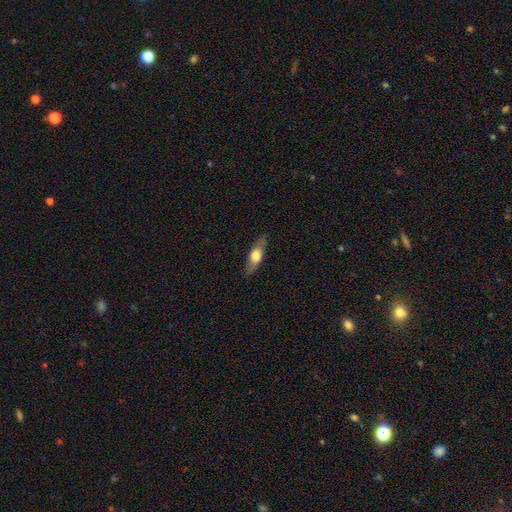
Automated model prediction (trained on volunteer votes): smooth-or-featured: smooth: 54% | featured or disk: 40% | star or artifact: 6%
  how-rounded: in between: 53% | cigar-shaped: 43% | round: 4%
  merging: none: 86% | minor disturbance: 11% | major disturbance: 2% | merger: 1%